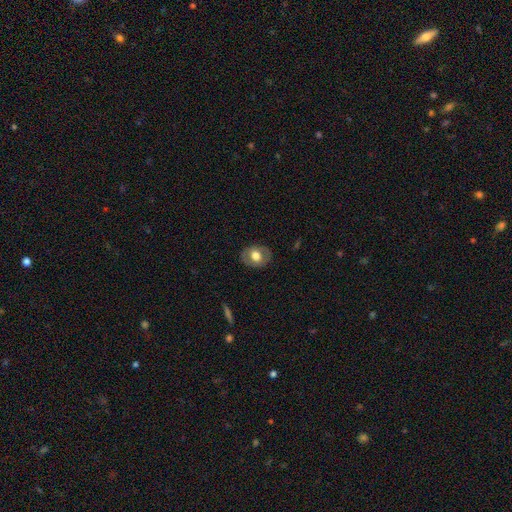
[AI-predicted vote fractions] smooth-or-featured: smooth: 63% | featured or disk: 30% | star or artifact: 7%
  how-rounded: in between: 52% | round: 47% | cigar-shaped: 1%
  merging: none: 83% | minor disturbance: 12% | major disturbance: 4% | merger: 1%